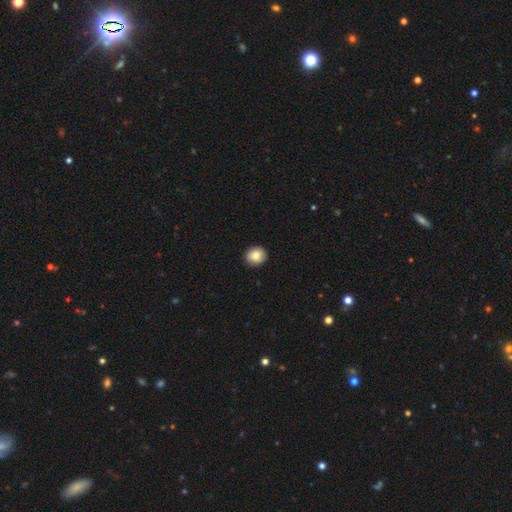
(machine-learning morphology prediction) smooth_or_featured: smooth (p=0.85) [alt: star or artifact p=0.08]
how_rounded: round (p=0.84) [alt: in between p=0.15]
merging: none (p=0.91) [alt: minor disturbance p=0.07]